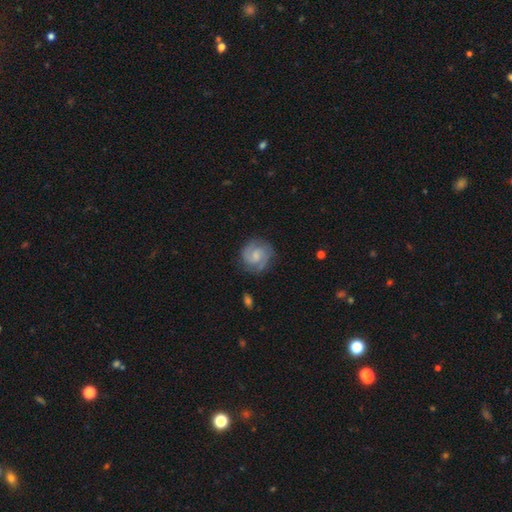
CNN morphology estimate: type=featured or disk (73%); edge-on=no (98%); bar=weak (48%); spiral arms=yes (95%); winding=medium (45%); arm count=2 (77%); bulge=small (43%); merging=none (76%).